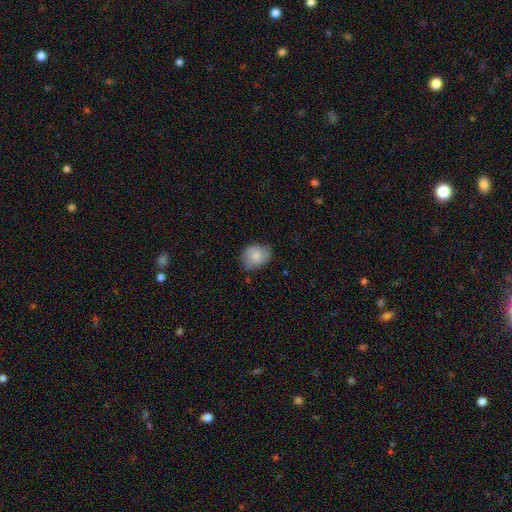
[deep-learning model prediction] This is likely a smooth galaxy (78%). How rounded: possibly in between (58%). Merging: likely none (67%).